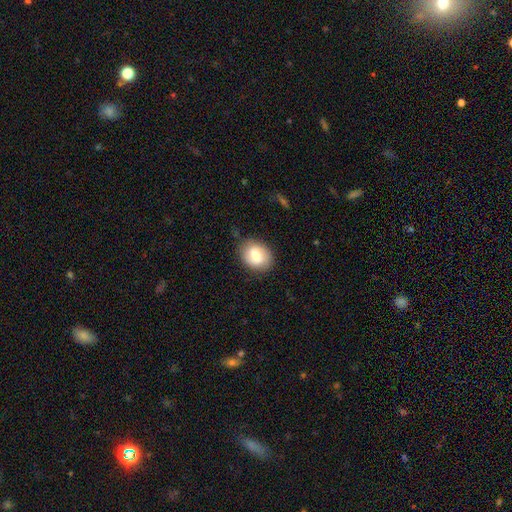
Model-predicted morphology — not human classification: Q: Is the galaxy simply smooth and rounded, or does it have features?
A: smooth — 73%.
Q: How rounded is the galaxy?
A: in between — 61%.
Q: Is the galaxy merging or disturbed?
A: none — 80%.